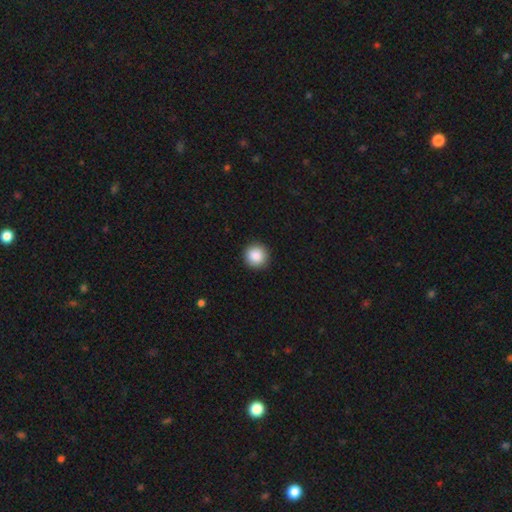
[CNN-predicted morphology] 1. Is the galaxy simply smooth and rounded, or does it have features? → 88% smooth, 8% star or artifact, 3% featured or disk.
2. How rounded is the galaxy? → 95% round, 4% in between, 1% cigar-shaped.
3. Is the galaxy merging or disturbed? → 93% none, 5% minor disturbance, 1% major disturbance, 1% merger.